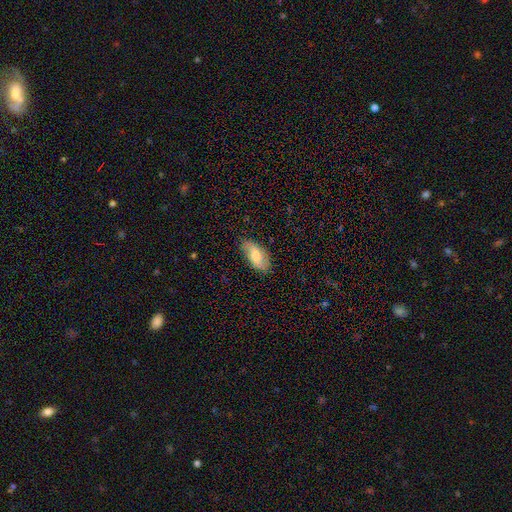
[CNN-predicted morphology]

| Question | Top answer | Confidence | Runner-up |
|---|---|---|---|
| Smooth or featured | smooth | 62% | featured or disk (31%) |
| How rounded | in between | 91% | cigar-shaped (6%) |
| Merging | none | 79% | minor disturbance (16%) |